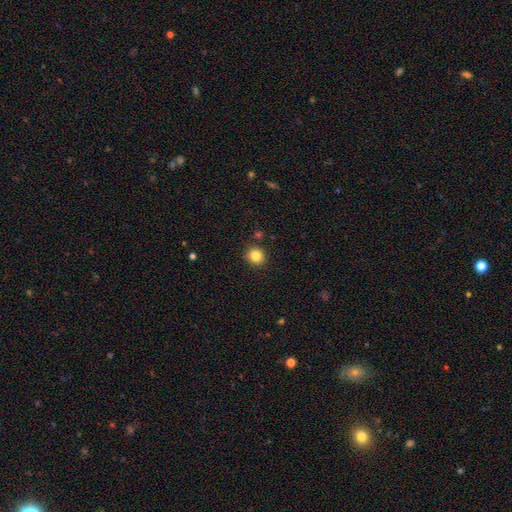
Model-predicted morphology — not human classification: smooth 84%, star or artifact 11%, featured or disk 5%. Down the decision tree: how rounded — round (90%); merging — none (89%).